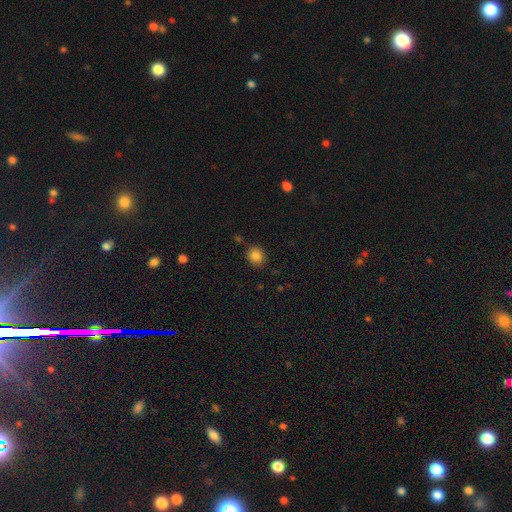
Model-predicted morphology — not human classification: Overall: smooth (84%). How rounded: round (74%). Merging: none (83%).